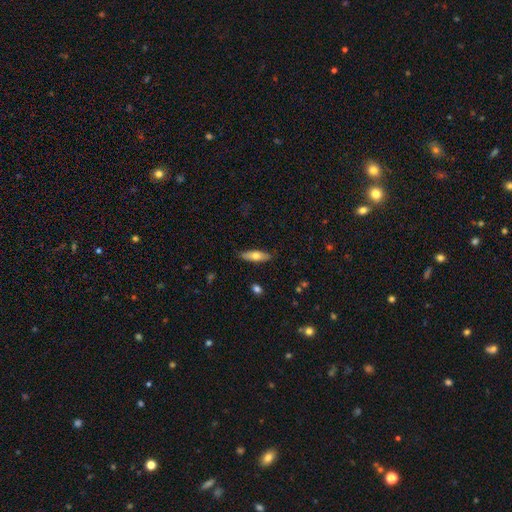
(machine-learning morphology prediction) smooth-or-featured: smooth: 64% | featured or disk: 30% | star or artifact: 6%
  how-rounded: in between: 55% | cigar-shaped: 43% | round: 2%
  merging: none: 86% | minor disturbance: 11% | major disturbance: 2% | merger: 1%